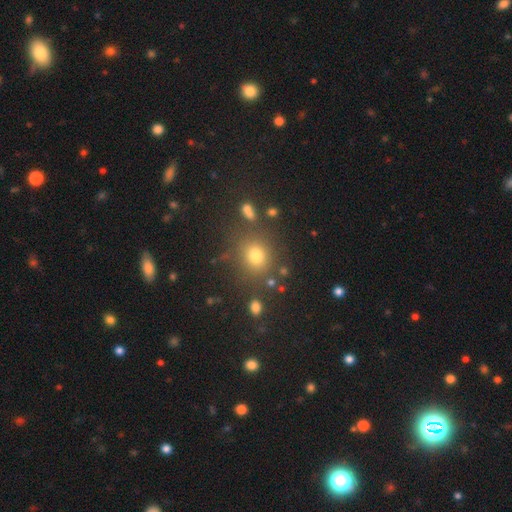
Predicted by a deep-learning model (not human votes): Q: Smooth or featured?
A: smooth (74%); runner-up: star or artifact (18%)
Q: How rounded?
A: round (76%); runner-up: in between (23%)
Q: Merging?
A: none (79%); runner-up: minor disturbance (10%)